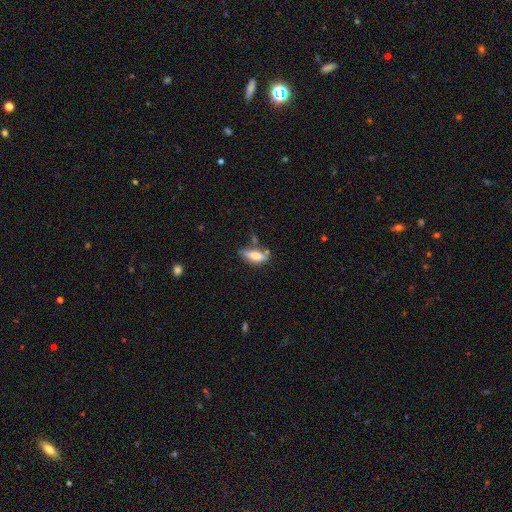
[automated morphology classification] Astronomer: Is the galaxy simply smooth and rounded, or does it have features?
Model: smooth — 72%.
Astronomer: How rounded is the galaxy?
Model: in between — 65%.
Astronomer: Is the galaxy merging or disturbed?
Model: none — 61%.